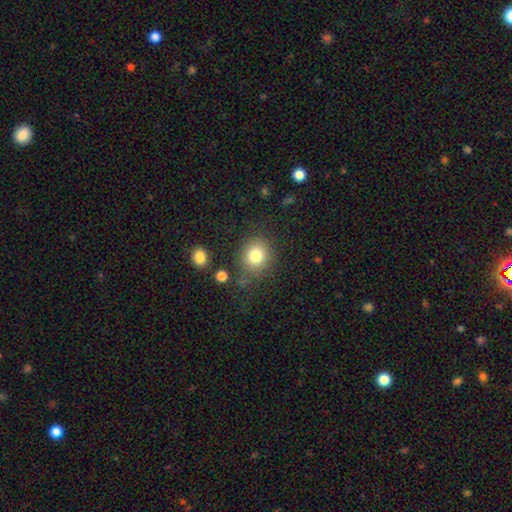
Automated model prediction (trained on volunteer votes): smooth-or-featured: smooth: 81% | star or artifact: 11% | featured or disk: 8%
  how-rounded: round: 82% | in between: 17% | cigar-shaped: 1%
  merging: none: 76% | minor disturbance: 13% | major disturbance: 6% | merger: 4%